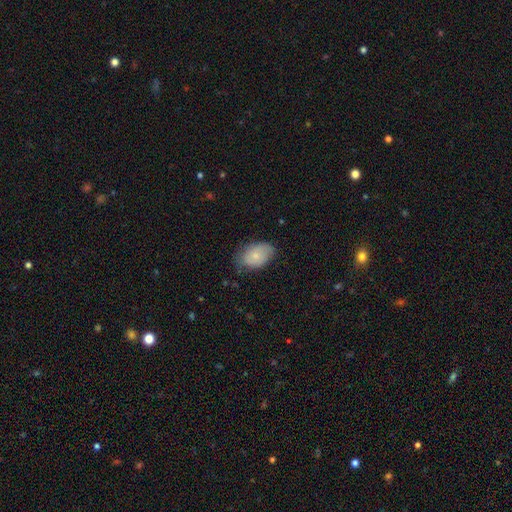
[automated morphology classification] Smooth or featured?
  - smooth: 71% *
  - featured or disk: 22%
  - star or artifact: 7%
How rounded?
  - in between: 84% *
  - round: 15%
  - cigar-shaped: 1%
Merging?
  - none: 67% *
  - minor disturbance: 26%
  - major disturbance: 6%
  - merger: 1%